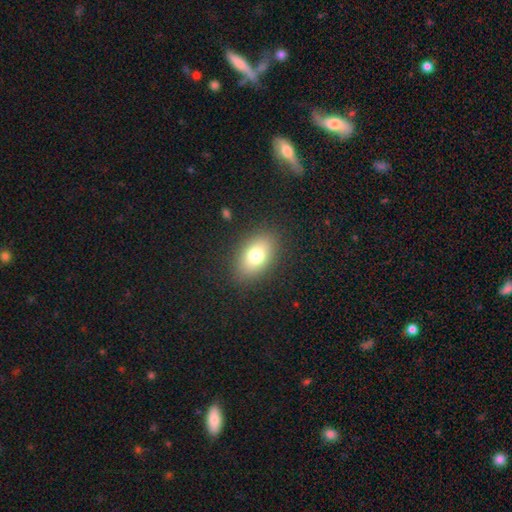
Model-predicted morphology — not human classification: Smooth or featured? smooth (75%)
How rounded? in between (84%)
Merging? none (86%)